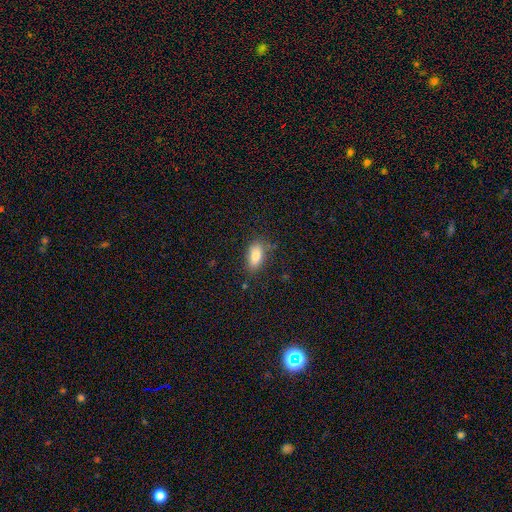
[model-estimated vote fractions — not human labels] smooth 81%, featured or disk 10%, star or artifact 8%. Down the decision tree: how rounded — in between (87%); merging — none (75%).